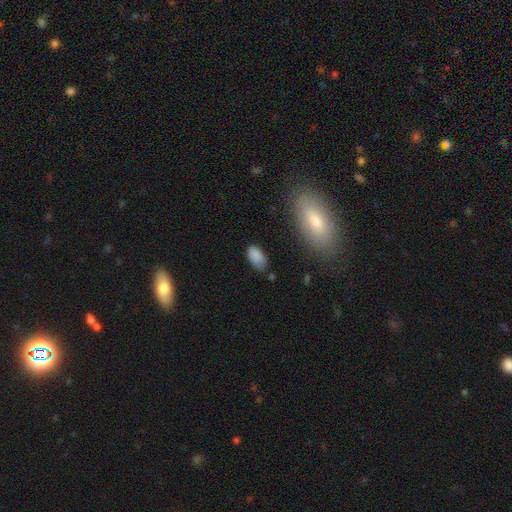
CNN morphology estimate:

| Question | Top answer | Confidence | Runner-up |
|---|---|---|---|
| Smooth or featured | smooth | 85% | star or artifact (9%) |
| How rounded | in between | 94% | round (4%) |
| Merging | none | 70% | minor disturbance (23%) |